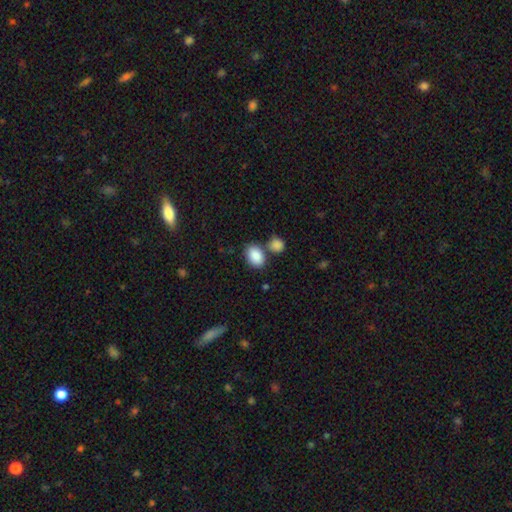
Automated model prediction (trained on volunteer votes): Morphology: type=smooth (88%); roundness=in between (83%); merging=none (63%).